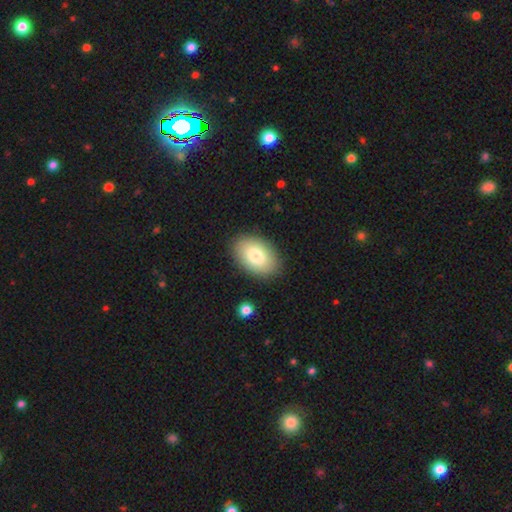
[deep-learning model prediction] Morphology: type=smooth (80%); roundness=in between (89%); merging=none (88%).